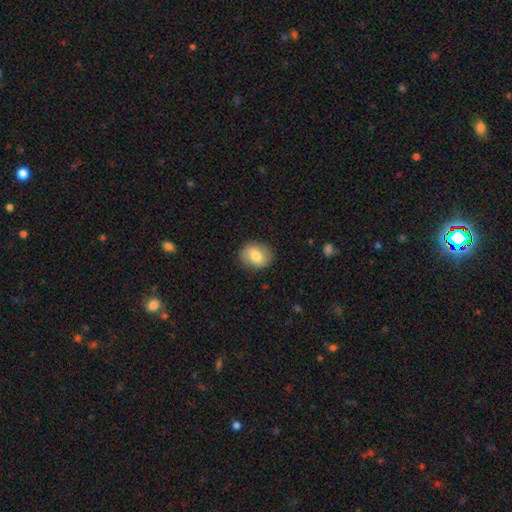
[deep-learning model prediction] This is likely a smooth galaxy (74%). How rounded: possibly round (56%). Merging: clearly none (86%).